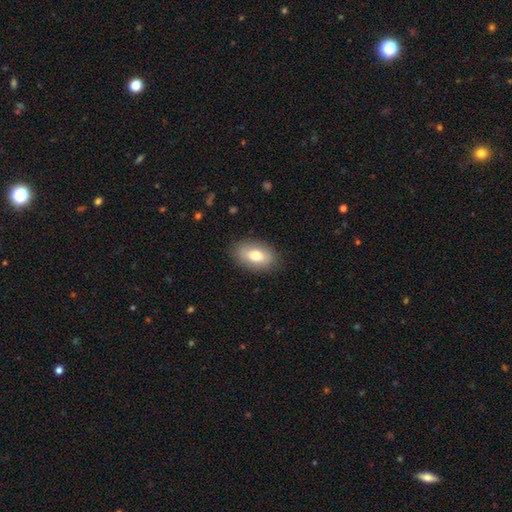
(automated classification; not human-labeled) smooth-or-featured: smooth: 75% | featured or disk: 18% | star or artifact: 7%
  how-rounded: in between: 91% | round: 7% | cigar-shaped: 2%
  merging: none: 86% | minor disturbance: 10% | major disturbance: 3% | merger: 1%